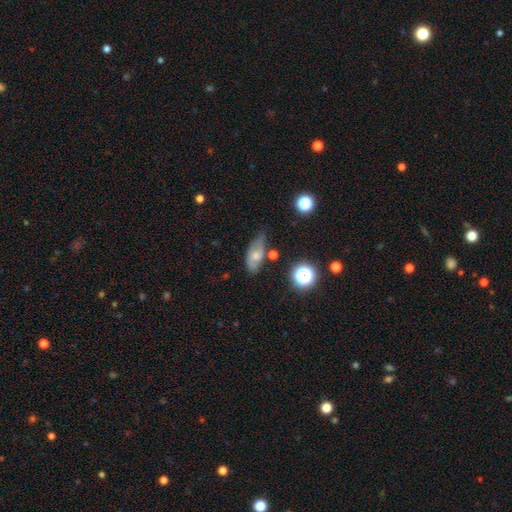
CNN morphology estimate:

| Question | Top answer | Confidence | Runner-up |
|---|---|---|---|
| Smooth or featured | smooth | 51% | featured or disk (38%) |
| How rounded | in between | 81% | cigar-shaped (10%) |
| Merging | none | 57% | minor disturbance (29%) |